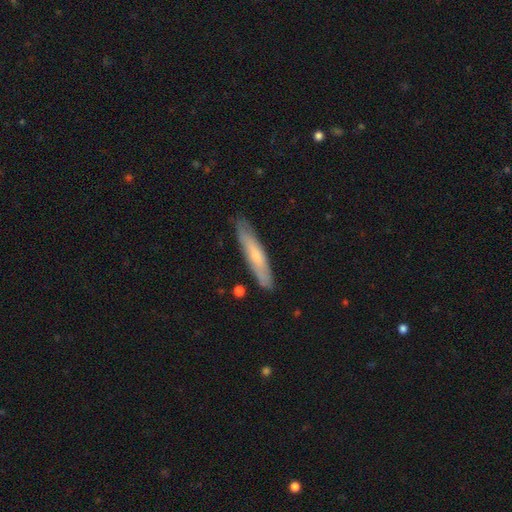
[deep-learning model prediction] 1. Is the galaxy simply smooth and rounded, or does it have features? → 55% smooth, 39% featured or disk, 6% star or artifact.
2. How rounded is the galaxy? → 88% cigar-shaped, 10% in between, 1% round.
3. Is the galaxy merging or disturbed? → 84% none, 12% minor disturbance, 2% major disturbance, 2% merger.